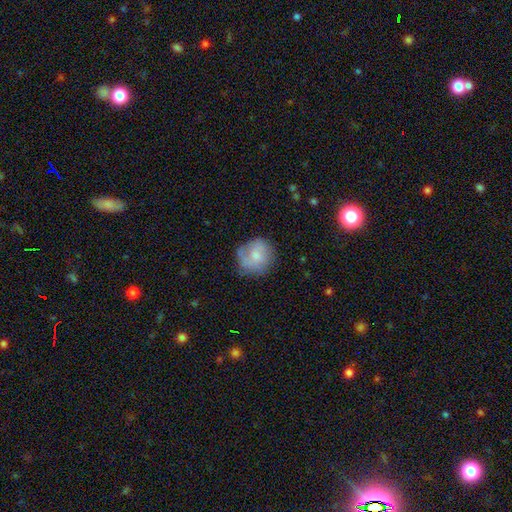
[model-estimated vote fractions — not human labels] Smooth or featured: smooth — 68% (featured or disk — 24%)
How rounded: round — 84% (in between — 15%)
Merging: none — 61% (minor disturbance — 25%)